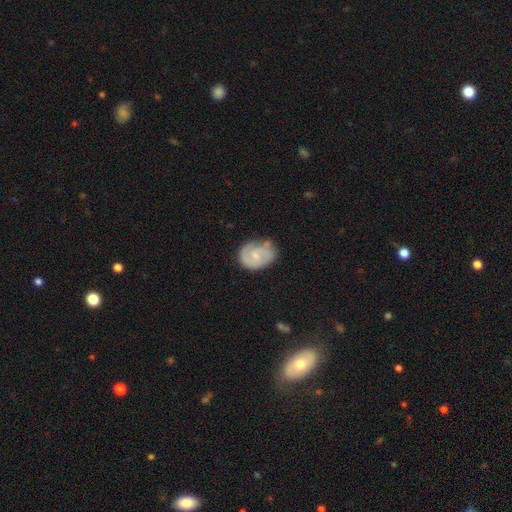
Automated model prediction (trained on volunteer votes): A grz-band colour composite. It shows a featured or disk galaxy (58%) with no bar (65%), spiral arms (81%) and a small central bulge (61%). Merging: none (55%).